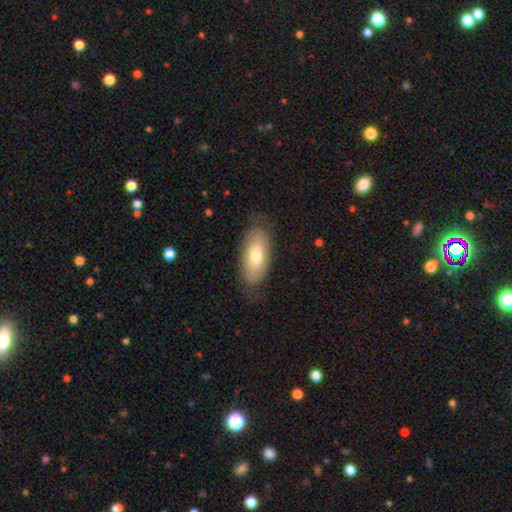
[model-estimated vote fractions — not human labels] Overall: smooth (68%). How rounded: in between (87%). Merging: none (77%).